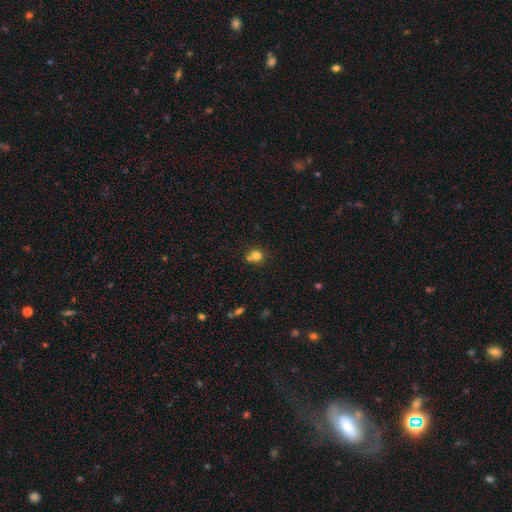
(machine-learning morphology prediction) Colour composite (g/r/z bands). It shows a smooth galaxy with no disk features (78%) that is round (83%). Merging: none (57%).